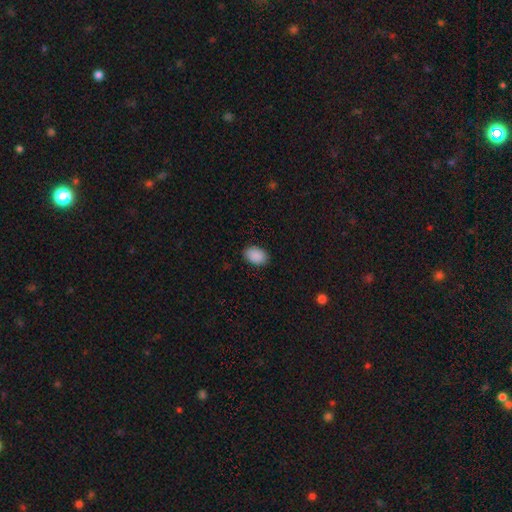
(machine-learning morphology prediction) This appears to be a smooth galaxy with no disk features (91%) that is in between round and cigar-shaped (88%). Merging: none (88%).